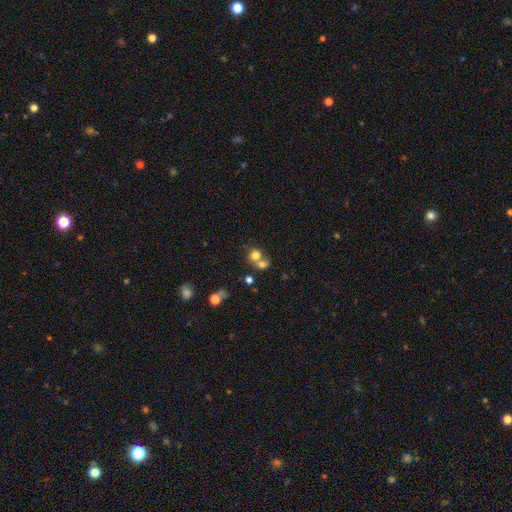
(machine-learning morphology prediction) Smooth or featured: smooth — 74% (featured or disk — 14%)
How rounded: round — 75% (in between — 24%)
Merging: merger — 55% (none — 33%)